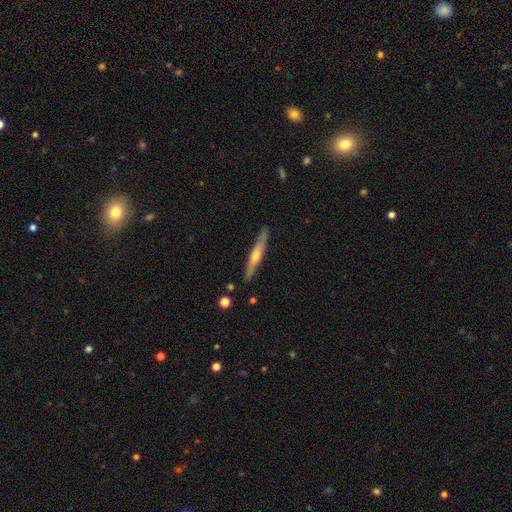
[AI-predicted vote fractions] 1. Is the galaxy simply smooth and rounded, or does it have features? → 63% featured or disk, 31% smooth, 6% star or artifact.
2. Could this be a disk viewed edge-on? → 95% yes, 5% no.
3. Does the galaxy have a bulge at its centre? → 81% rounded, 15% none, 4% boxy.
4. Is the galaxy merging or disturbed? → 89% none, 8% minor disturbance, 2% merger, 2% major disturbance.